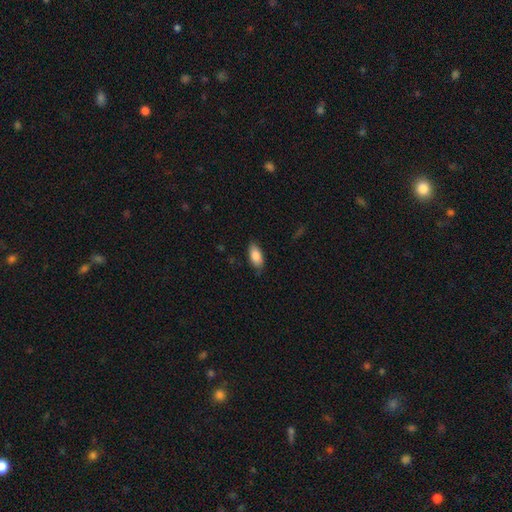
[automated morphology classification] smooth-or-featured: smooth: 84% | featured or disk: 10% | star or artifact: 6%
  how-rounded: in between: 90% | cigar-shaped: 8% | round: 3%
  merging: none: 81% | minor disturbance: 16% | major disturbance: 3% | merger: 1%